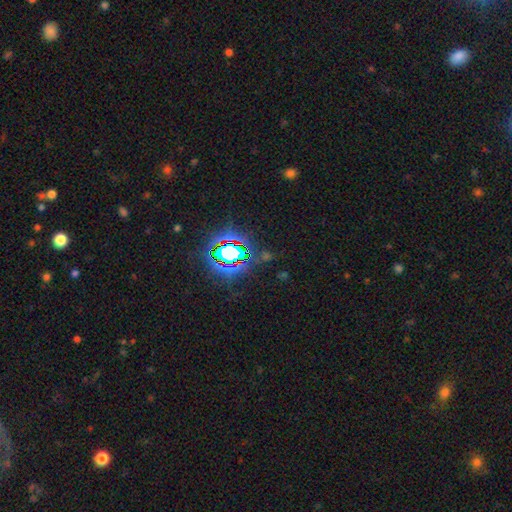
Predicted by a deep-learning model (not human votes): star or artifact 79%, smooth 13%, featured or disk 8%.